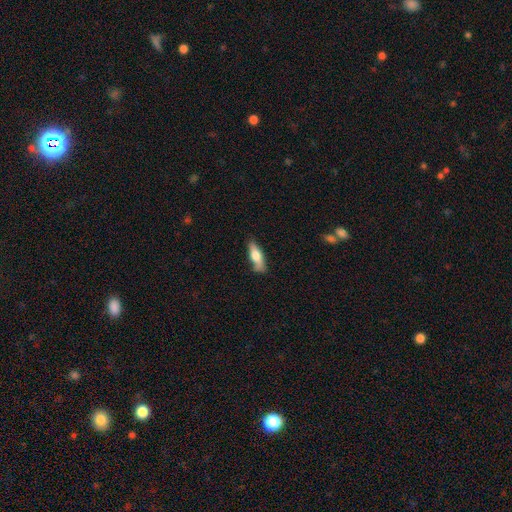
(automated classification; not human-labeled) This is likely a smooth galaxy (66%). How rounded: possibly in between (55%). Merging: likely none (68%).